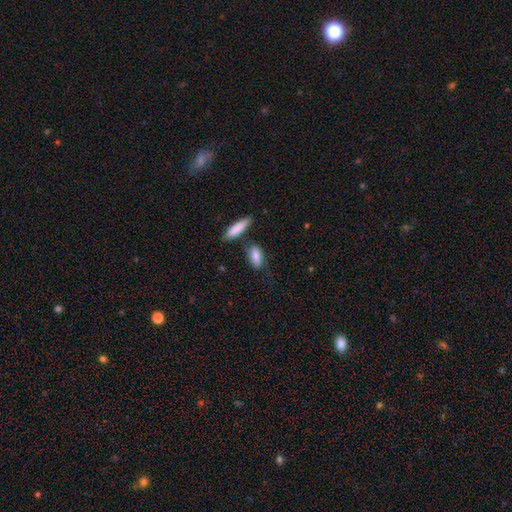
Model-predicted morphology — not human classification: smooth_or_featured: smooth (p=0.81) [alt: featured or disk p=0.12]
how_rounded: in between (p=0.77) [alt: cigar-shaped p=0.19]
merging: none (p=0.70) [alt: minor disturbance p=0.16]